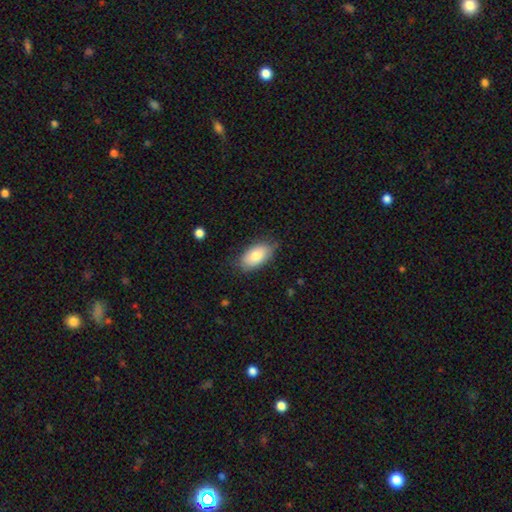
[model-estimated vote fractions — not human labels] Smooth or featured?
  - smooth: 80% *
  - featured or disk: 13%
  - star or artifact: 7%
How rounded?
  - in between: 93% *
  - round: 4%
  - cigar-shaped: 3%
Merging?
  - none: 79% *
  - minor disturbance: 17%
  - major disturbance: 3%
  - merger: 1%